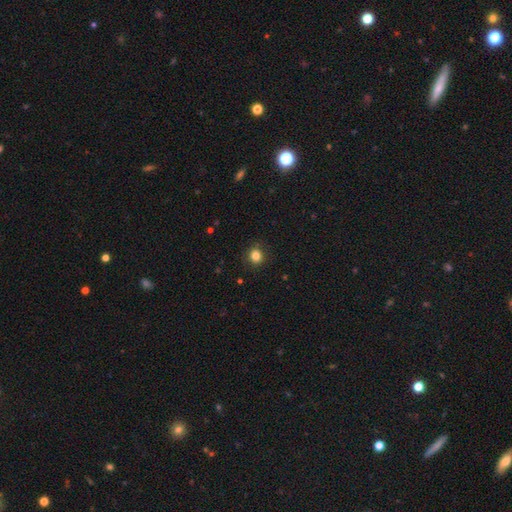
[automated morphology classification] The model was most divided on "how rounded": round: 84%, in between: 15%, cigar-shaped: 1%. More confident: merging — none (87%); smooth or featured — smooth (84%).